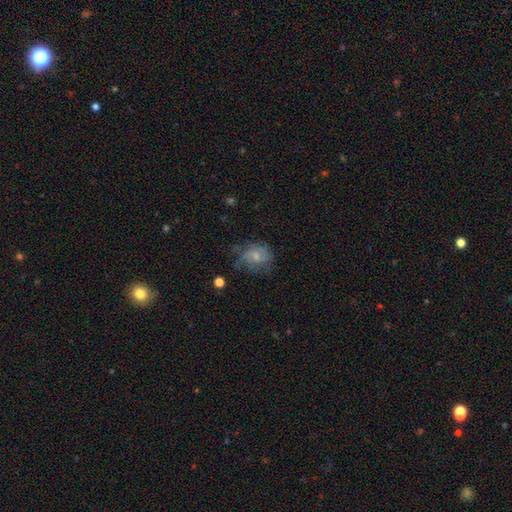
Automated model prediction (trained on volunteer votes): A smooth galaxy with no disk features (47%). Merging: none (46%).